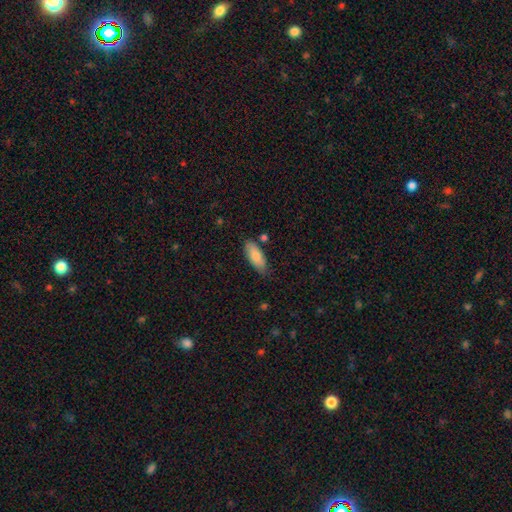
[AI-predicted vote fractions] Smooth or featured? Predicted: smooth (p=0.83). How rounded? Predicted: in between (p=0.80). Merging? Predicted: none (p=0.72).